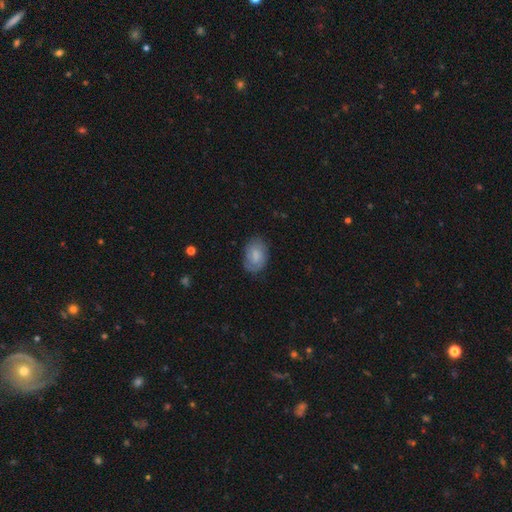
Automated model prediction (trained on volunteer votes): A smooth galaxy with no disk features (58%) that is in between round and cigar-shaped (83%).

Vote fractions:
- Smooth or featured? smooth: 58% / featured or disk: 35% / star or artifact: 8%
- How rounded? in between: 83% / round: 16% / cigar-shaped: 1%
- Merging? none: 72% / minor disturbance: 20% / major disturbance: 7% / merger: 1%